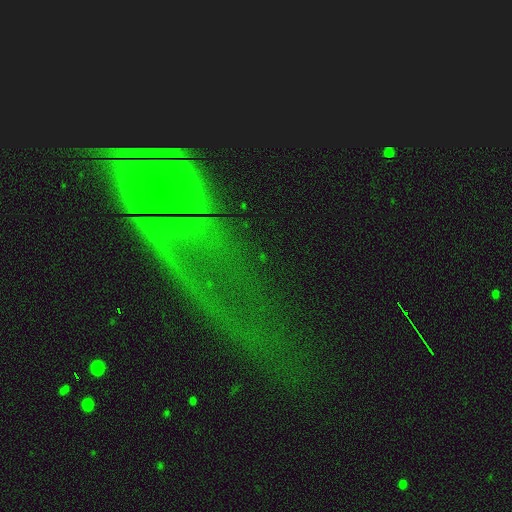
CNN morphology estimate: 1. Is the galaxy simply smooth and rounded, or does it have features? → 50% featured or disk, 34% star or artifact, 17% smooth.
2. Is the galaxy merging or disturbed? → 42% none, 30% major disturbance, 16% minor disturbance, 11% merger.